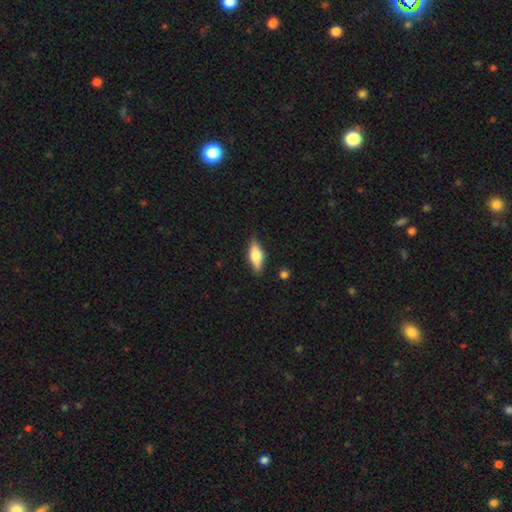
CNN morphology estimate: This is possibly a smooth galaxy (57%). How rounded: likely in between (67%). Merging: clearly none (84%).